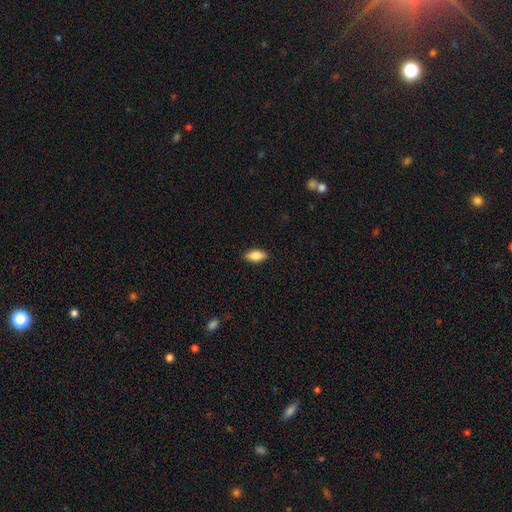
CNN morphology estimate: type=smooth (80%); roundness=in between (87%); merging=none (89%).